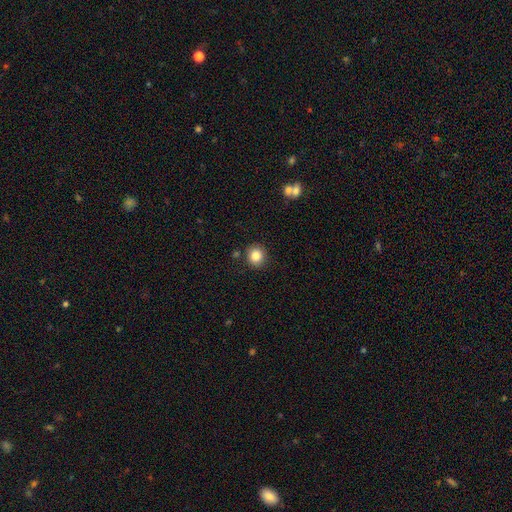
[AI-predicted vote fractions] smooth 84%, star or artifact 10%, featured or disk 6%. Down the decision tree: how rounded — round (88%); merging — none (87%).